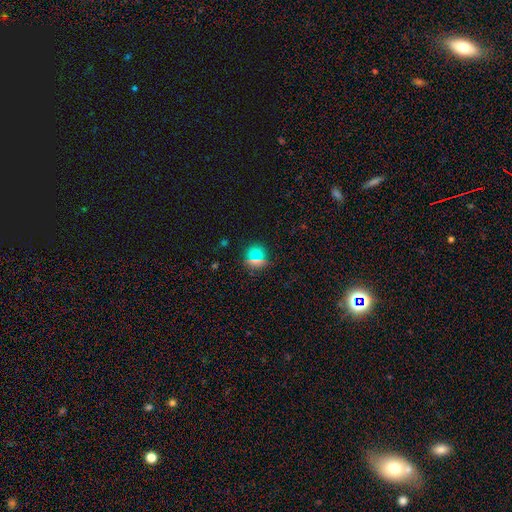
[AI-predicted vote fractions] Morphology: type=smooth (69%); roundness=round (91%); merging=none (86%).